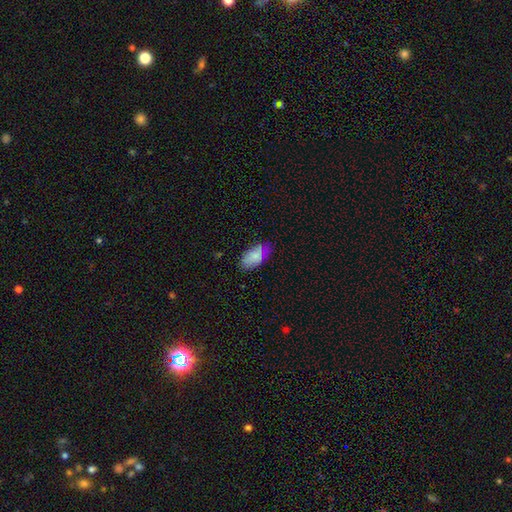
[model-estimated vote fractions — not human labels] Overall: smooth (80%). How rounded: in between (94%). Merging: none (64%; minor disturbance 27%).